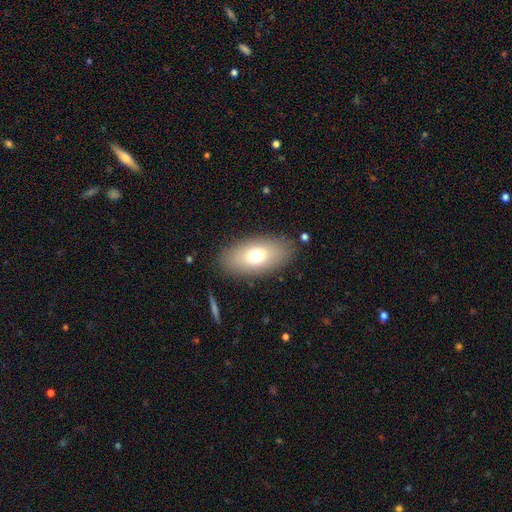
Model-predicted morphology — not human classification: smooth-or-featured: smooth: 69% | featured or disk: 22% | star or artifact: 9%
  how-rounded: in between: 91% | round: 6% | cigar-shaped: 4%
  merging: none: 85% | minor disturbance: 10% | major disturbance: 4% | merger: 1%